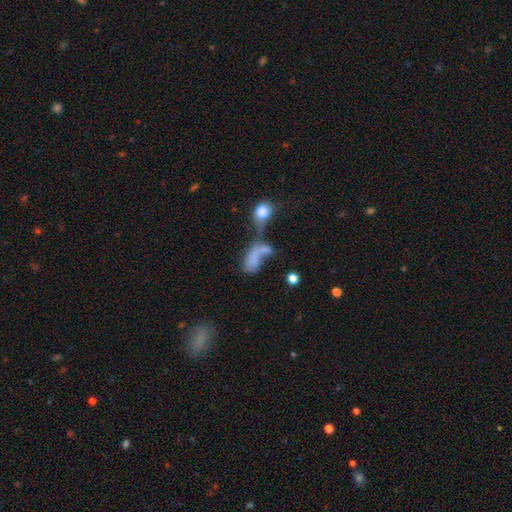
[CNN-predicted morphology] type=smooth (59%); roundness=in between (74%); merging=merger (49%).